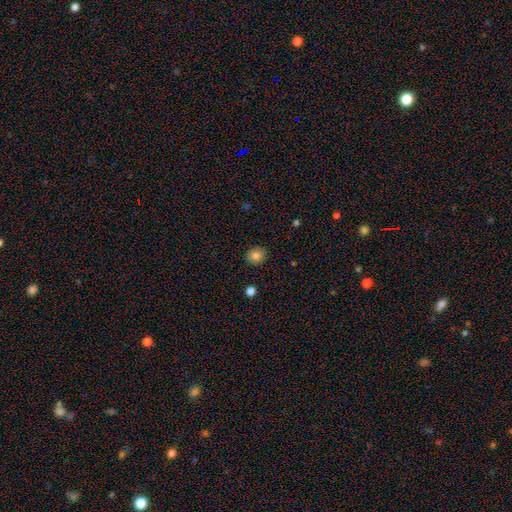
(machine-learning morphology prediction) smooth 84%, star or artifact 10%, featured or disk 6%. Down the decision tree: how rounded — round (70%); merging — none (89%).